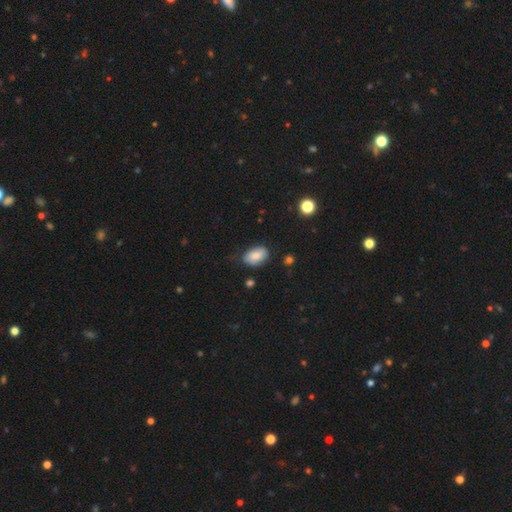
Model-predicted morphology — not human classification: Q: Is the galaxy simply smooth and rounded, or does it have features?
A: smooth — 84%.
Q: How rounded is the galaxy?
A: in between — 90%.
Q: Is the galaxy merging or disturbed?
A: none — 70%.